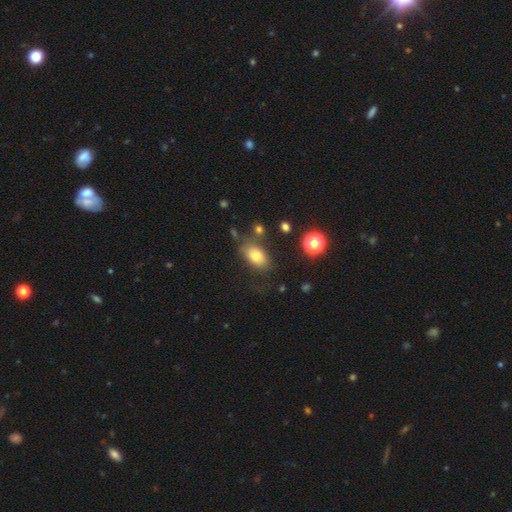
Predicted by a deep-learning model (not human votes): Smooth or featured? smooth (79%)
How rounded? in between (88%)
Merging? none (69%)